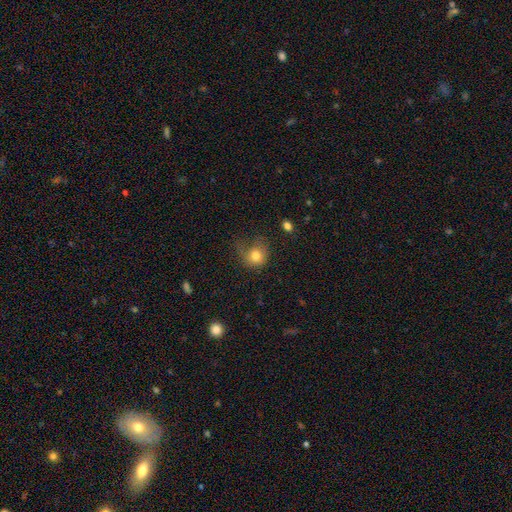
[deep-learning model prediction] The model was most divided on "merging": none: 37%, major disturbance: 31%, minor disturbance: 29%, merger: 3%. More confident: smooth or featured — smooth (78%); how rounded — round (72%).